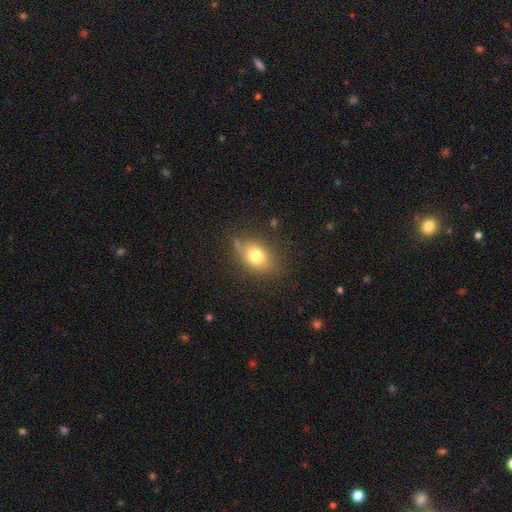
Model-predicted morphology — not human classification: type=smooth (75%); roundness=in between (70%); merging=none (72%).